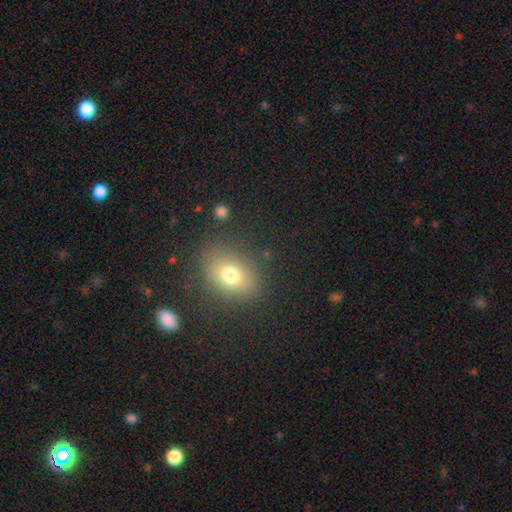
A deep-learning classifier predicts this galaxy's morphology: This is likely a smooth galaxy (65%). How rounded: likely in between (61%). Merging: clearly none (85%).